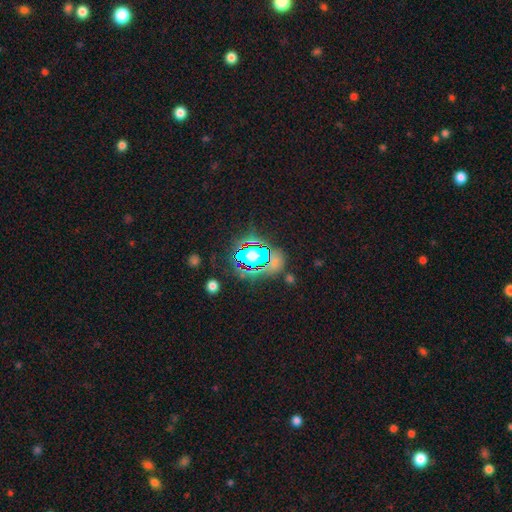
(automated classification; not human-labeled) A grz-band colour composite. It shows a star or artifact, not a galaxy (52%).